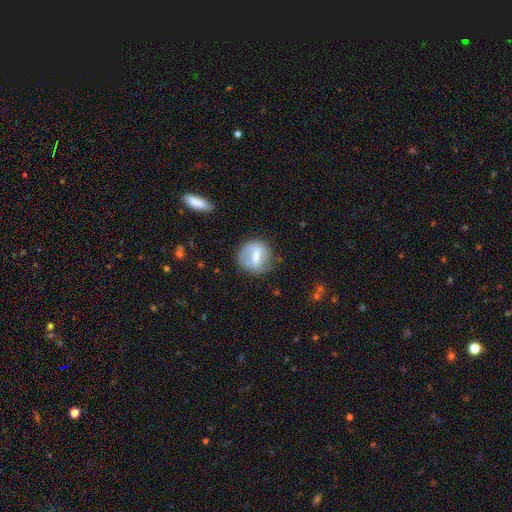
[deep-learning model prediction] smooth-or-featured: smooth: 53% | featured or disk: 39% | star or artifact: 7%
  how-rounded: round: 82% | in between: 17% | cigar-shaped: 1%
  merging: none: 69% | minor disturbance: 20% | major disturbance: 8% | merger: 2%